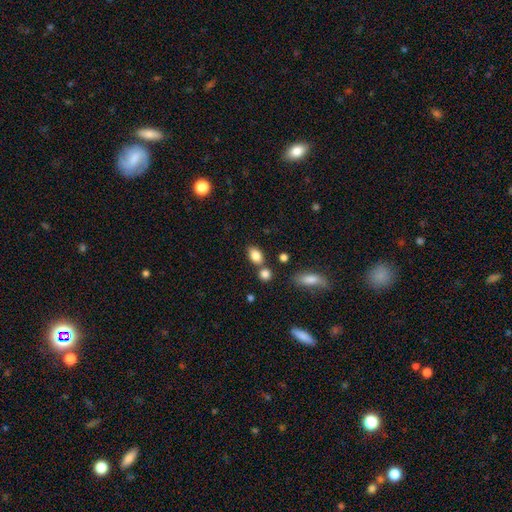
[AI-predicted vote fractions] The model was most divided on "merging": none: 64%, merger: 20%, minor disturbance: 12%, major disturbance: 4%. More confident: smooth or featured — smooth (83%); how rounded — in between (82%).